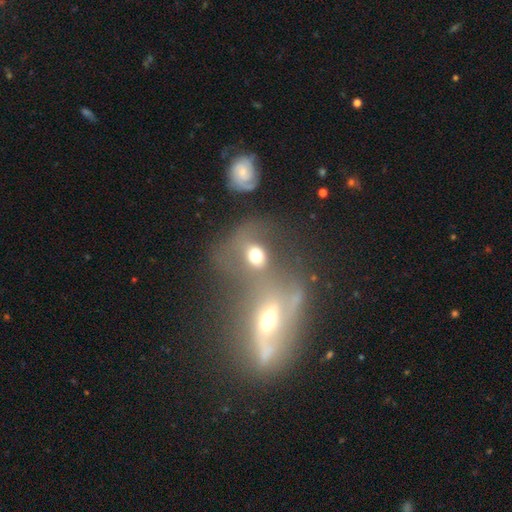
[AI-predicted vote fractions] Smooth or featured? Predicted: smooth (p=0.58). How rounded? Predicted: round (p=0.57). Merging? Predicted: merger (p=0.55).